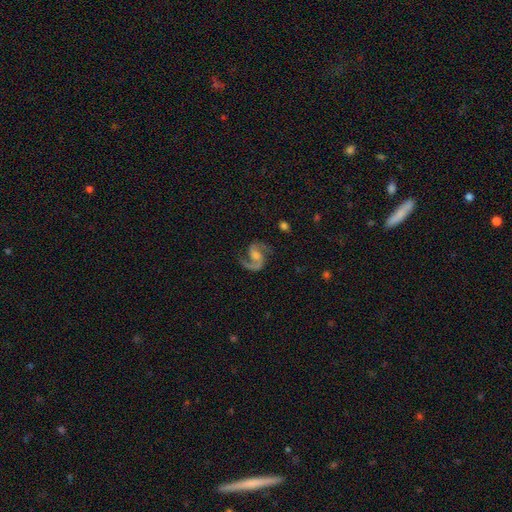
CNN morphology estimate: type=featured or disk (91%); edge-on=no (98%); bar=weak (45%); spiral arms=yes (98%); winding=medium (63%); arm count=2 (93%); bulge=moderate (47%); merging=none (79%).